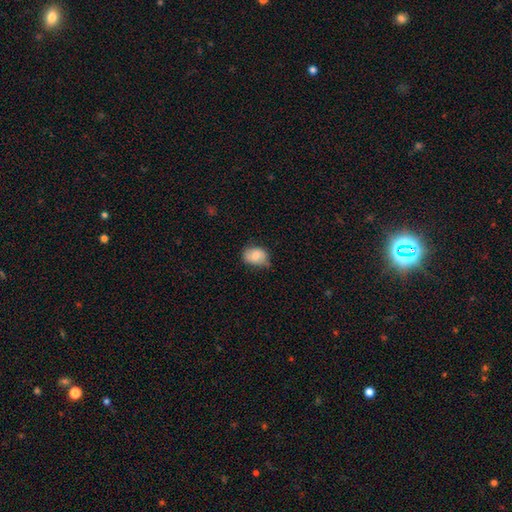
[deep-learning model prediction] Smooth or featured? smooth (77%)
How rounded? in between (69%)
Merging? none (61%)